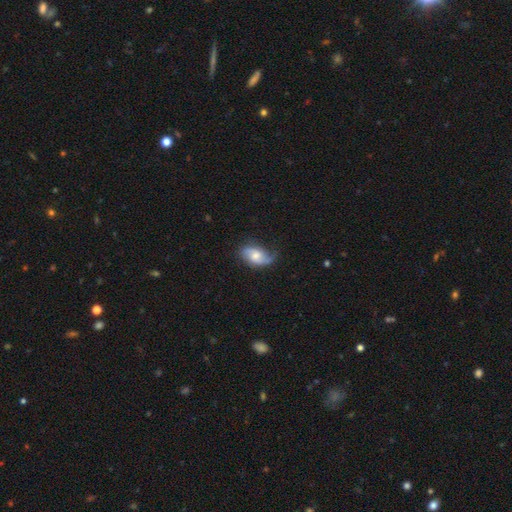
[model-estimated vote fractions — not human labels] Morphology: type=featured or disk (62%); edge-on=no (96%); bar=no (58%); spiral arms=yes (91%); winding=loose (52%); arm count=2 (77%); bulge=moderate (54%); merging=none (58%).